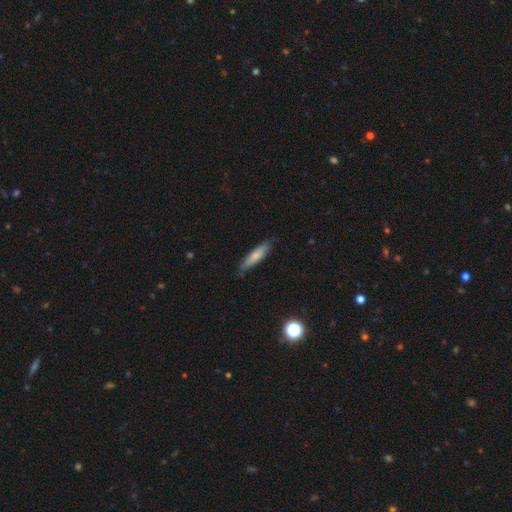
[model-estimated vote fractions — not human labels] This appears to be a smooth galaxy with no disk features (77%) that is cigar-shaped (78%). Merging: none (80%).